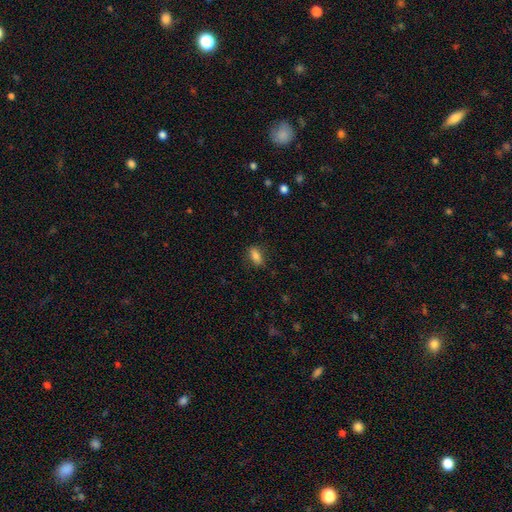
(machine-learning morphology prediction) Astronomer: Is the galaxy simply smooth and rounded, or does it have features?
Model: smooth — 81%.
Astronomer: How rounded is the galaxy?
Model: in between — 79%.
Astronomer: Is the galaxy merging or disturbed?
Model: none — 82%.